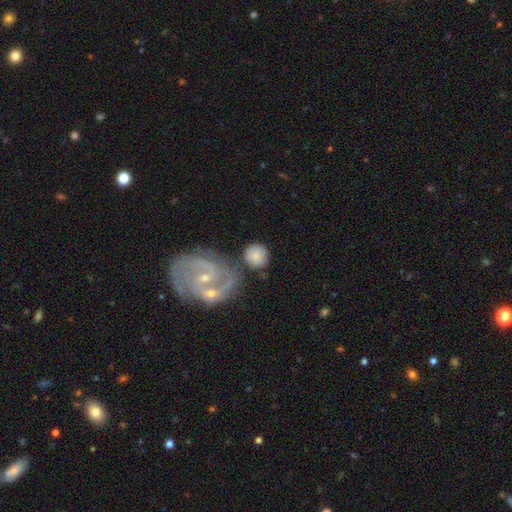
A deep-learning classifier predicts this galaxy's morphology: Overall: smooth (68%). How rounded: round (86%). Merging: none (64%).